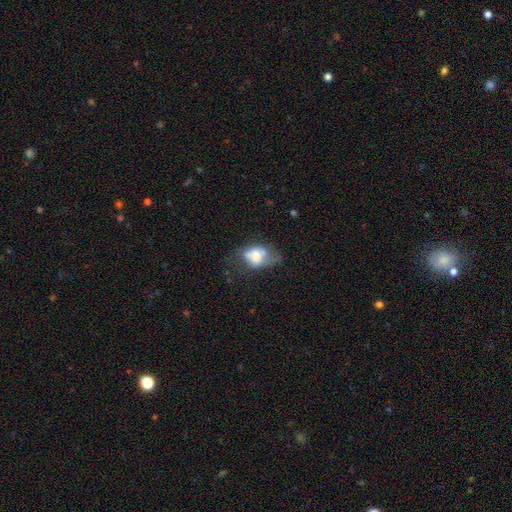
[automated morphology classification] This is possibly a smooth galaxy (54%). How rounded: likely in between (75%). Merging: marginally none (28%).